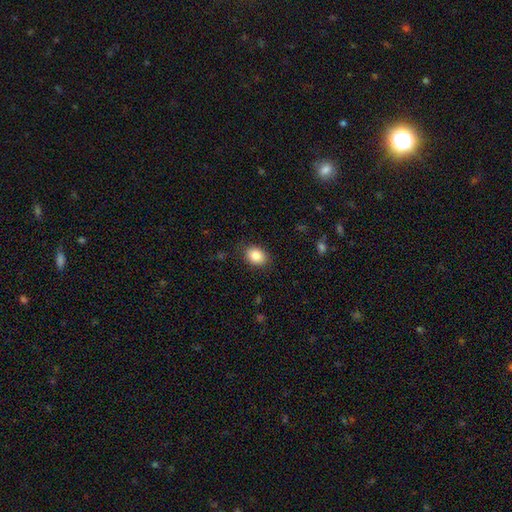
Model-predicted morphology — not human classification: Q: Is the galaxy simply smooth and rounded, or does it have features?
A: smooth — 86%.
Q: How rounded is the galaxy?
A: in between — 63%.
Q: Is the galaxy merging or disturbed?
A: none — 86%.